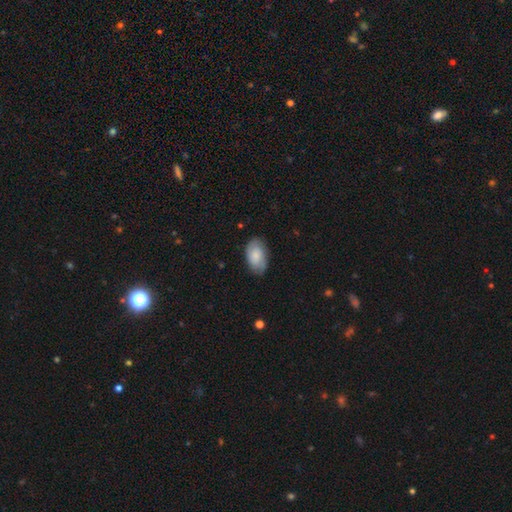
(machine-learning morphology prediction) Overall: smooth (65%; featured or disk 29%). How rounded: in between (93%). Merging: none (78%).